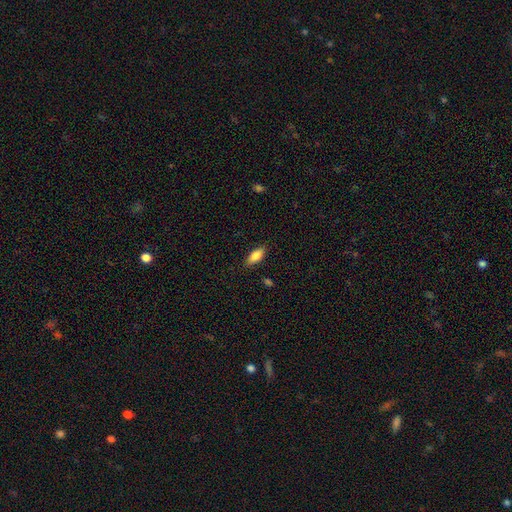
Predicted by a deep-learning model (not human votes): Smooth or featured?
  - smooth: 84% *
  - featured or disk: 9%
  - star or artifact: 7%
How rounded?
  - in between: 83% *
  - cigar-shaped: 15%
  - round: 2%
Merging?
  - none: 85% *
  - minor disturbance: 11%
  - major disturbance: 3%
  - merger: 1%